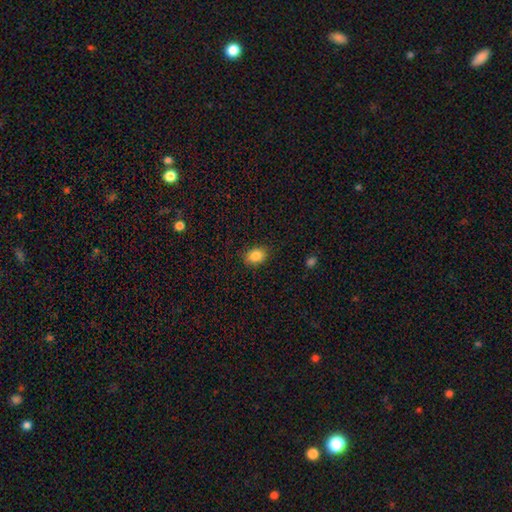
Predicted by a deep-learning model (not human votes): Q: Smooth or featured?
A: smooth (86%); runner-up: star or artifact (9%)
Q: How rounded?
A: in between (66%); runner-up: round (33%)
Q: Merging?
A: none (87%); runner-up: minor disturbance (10%)